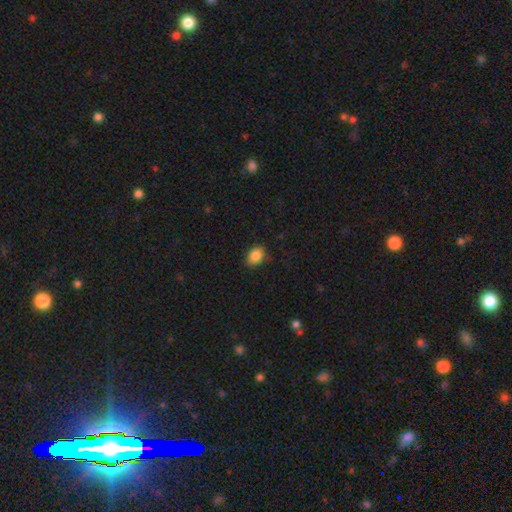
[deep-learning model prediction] Smooth or featured: smooth — 87% (star or artifact — 8%)
How rounded: in between — 72% (round — 27%)
Merging: none — 81% (minor disturbance — 15%)